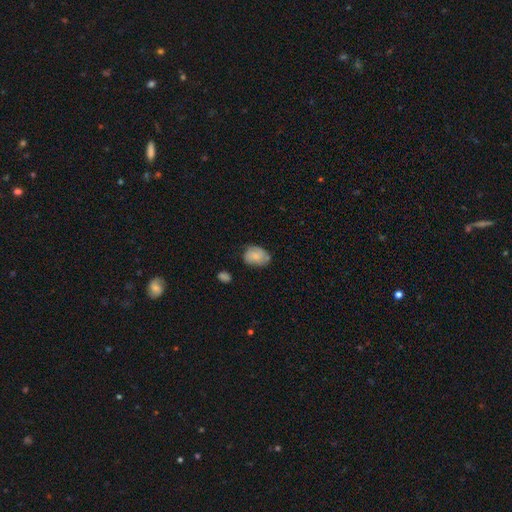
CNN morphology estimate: A smooth galaxy with no disk features (71%) that is in between round and cigar-shaped (67%). Merging: none (55%).